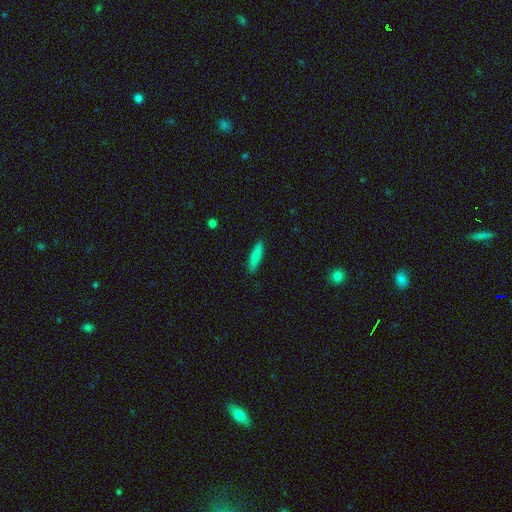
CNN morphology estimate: Smooth or featured? Predicted: smooth (p=0.85). How rounded? Predicted: cigar-shaped (p=0.78). Merging? Predicted: none (p=0.89).